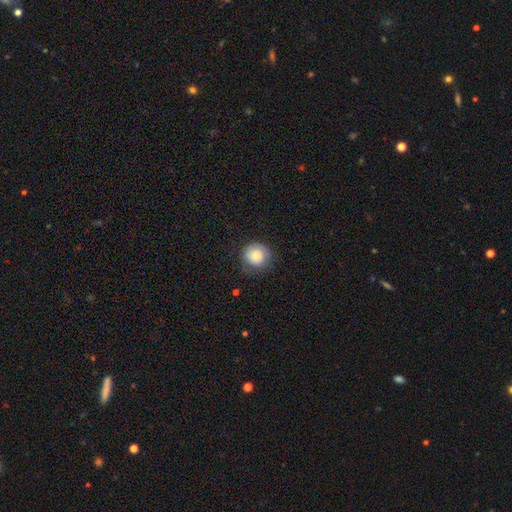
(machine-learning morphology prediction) A smooth galaxy with no disk features (81%) that is round (89%). Merging: none (77%).